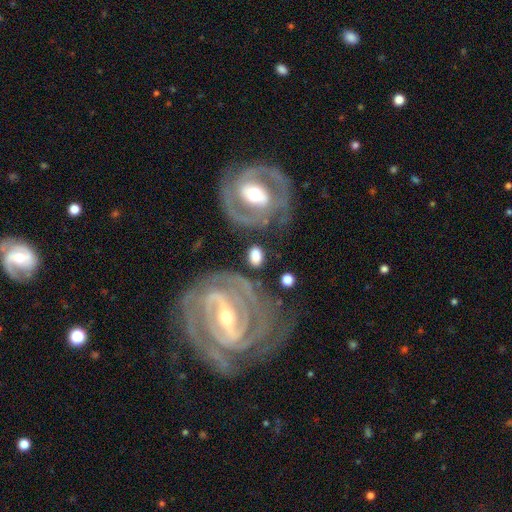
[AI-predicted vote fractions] Overall: smooth (57%; featured or disk 36%). How rounded: in between (72%). Merging: none (63%).